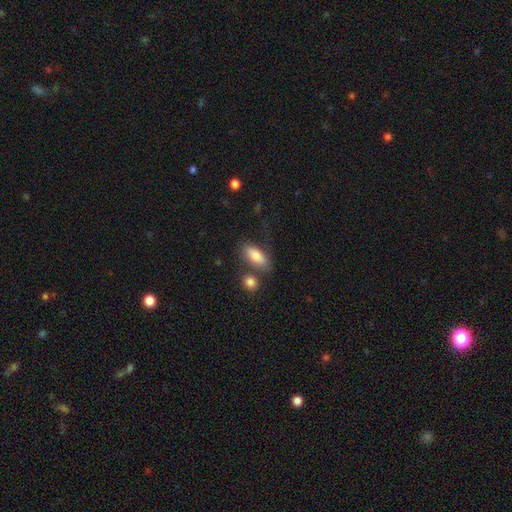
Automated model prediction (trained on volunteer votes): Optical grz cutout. It shows a smooth galaxy with no disk features (84%) that is in between round and cigar-shaped (85%). Merging: none (59%).